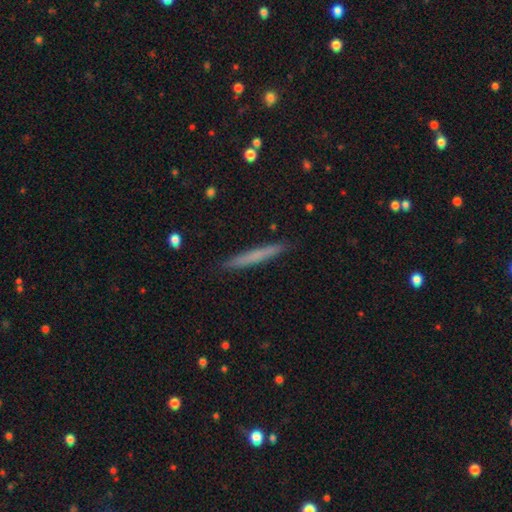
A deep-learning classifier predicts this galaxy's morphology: A smooth galaxy with no disk features (63%) that is cigar-shaped (97%).

Vote fractions:
- Smooth or featured? smooth: 63% / featured or disk: 31% / star or artifact: 6%
- How rounded? cigar-shaped: 97% / in between: 2% / round: 1%
- Merging? none: 91% / minor disturbance: 7% / major disturbance: 1% / merger: 1%